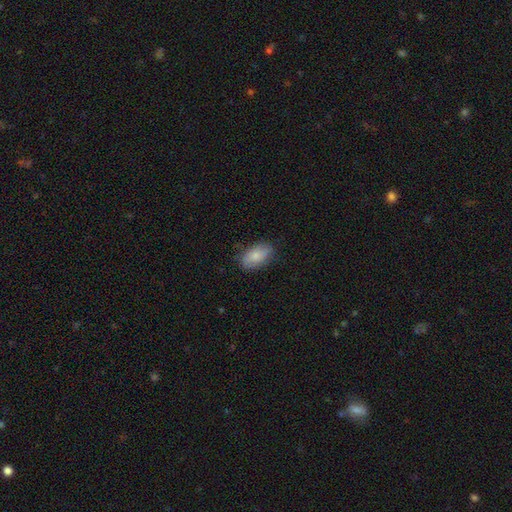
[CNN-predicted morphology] Smooth or featured?
  - smooth: 79% *
  - featured or disk: 14%
  - star or artifact: 6%
How rounded?
  - in between: 93% *
  - round: 4%
  - cigar-shaped: 3%
Merging?
  - none: 80% *
  - minor disturbance: 16%
  - major disturbance: 3%
  - merger: 1%